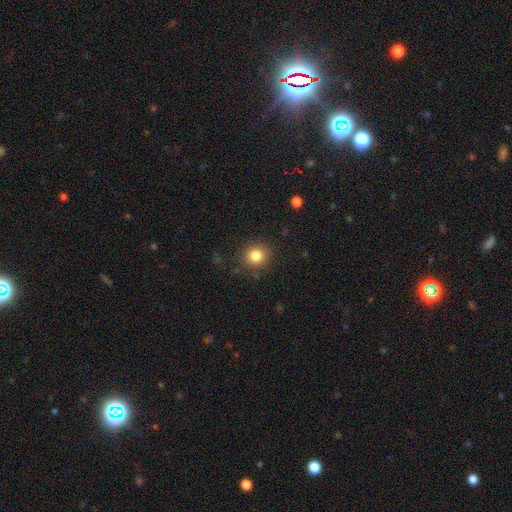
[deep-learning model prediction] This appears to be a smooth galaxy with no disk features (83%) that is round (86%). Merging: none (88%).